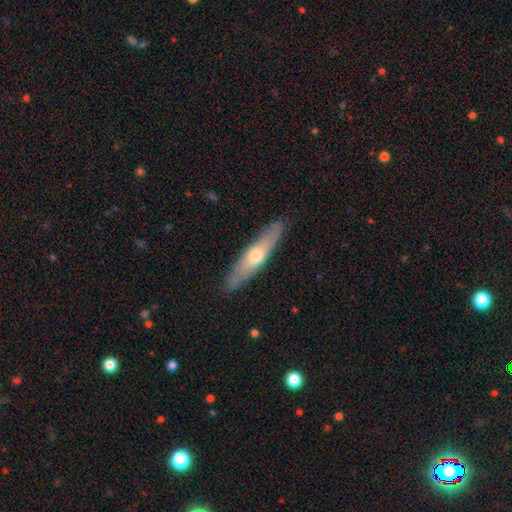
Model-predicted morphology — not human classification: featured or disk 48%, smooth 47%, star or artifact 5%. Down the decision tree: merging — none (87%).